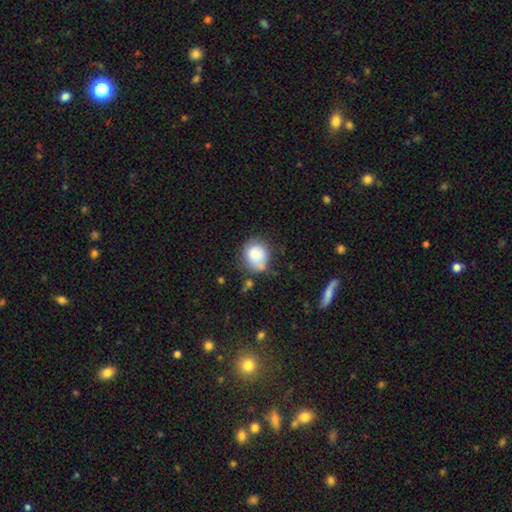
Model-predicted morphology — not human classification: smooth 81%, featured or disk 10%, star or artifact 8%. Down the decision tree: how rounded — round (65%); merging — none (53%).